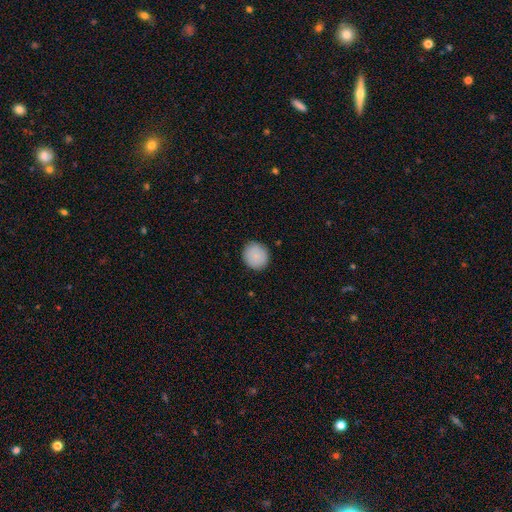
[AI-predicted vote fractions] Overall: smooth (88%). How rounded: round (89%). Merging: none (89%).